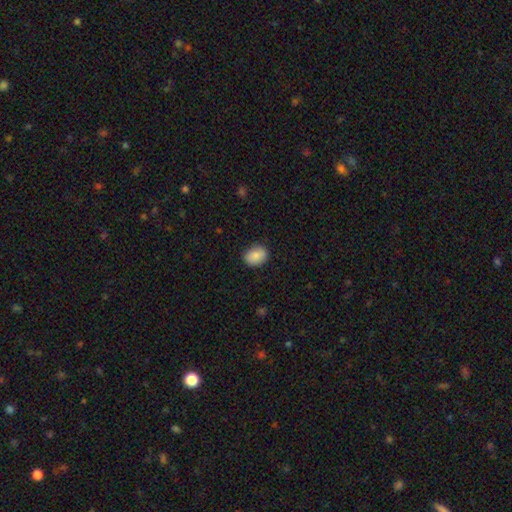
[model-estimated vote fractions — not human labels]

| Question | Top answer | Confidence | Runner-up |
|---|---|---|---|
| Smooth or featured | smooth | 85% | star or artifact (8%) |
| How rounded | in between | 59% | round (40%) |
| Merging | none | 85% | minor disturbance (12%) |